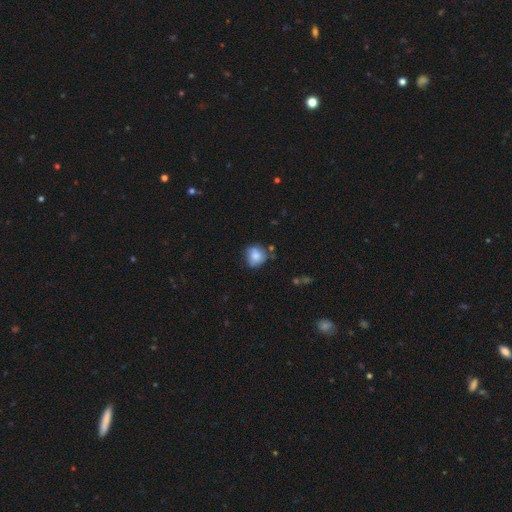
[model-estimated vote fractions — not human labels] A smooth galaxy with no disk features (72%) that is round (80%). Merging: none (60%).